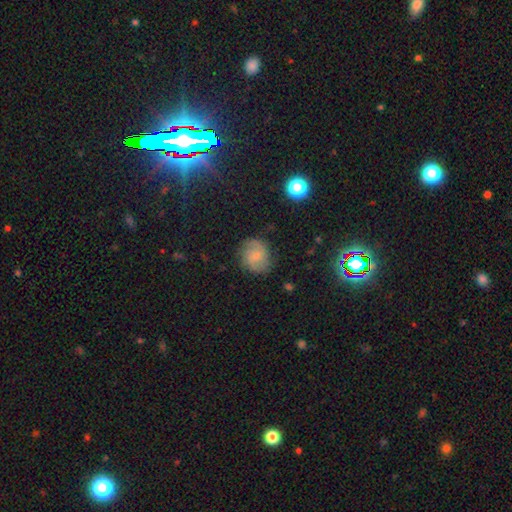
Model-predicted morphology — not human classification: A featured or disk galaxy (58%) with no bar (56%), 2 (68%) medium (46%) spiral arms (91%) and a small central bulge (65%).

Vote fractions:
- Smooth or featured? featured or disk: 58% / smooth: 33% / star or artifact: 9%
- Edge-on disk? no: 98% / yes: 2%
- Bar? no: 56% / weak: 38% / strong: 6%
- Spiral arms? yes: 91% / no: 9%
- Spiral winding? medium: 46% / tight: 33% / loose: 21%
- Spiral arm count? 2: 68% / can't tell: 16% / 3: 8% / 1: 3% / 4: 3% / more than 4: 2%
- Bulge size? small: 65% / moderate: 21% / none: 12% / large: 2% / dominant: 1%
- Merging? none: 77% / minor disturbance: 16% / major disturbance: 6% / merger: 1%